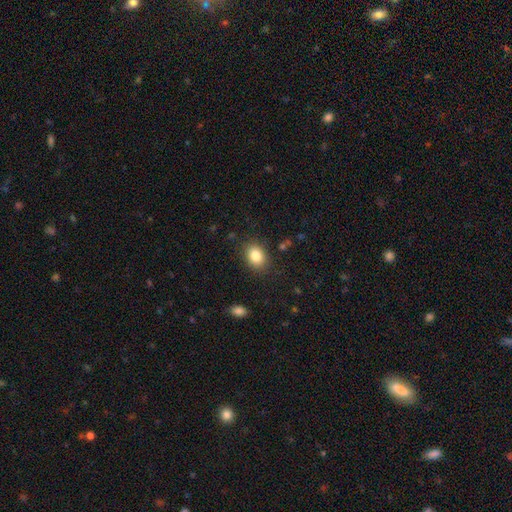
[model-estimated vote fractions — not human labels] This appears to be a smooth galaxy with no disk features (84%) that is in between round and cigar-shaped (66%). Merging: none (85%).